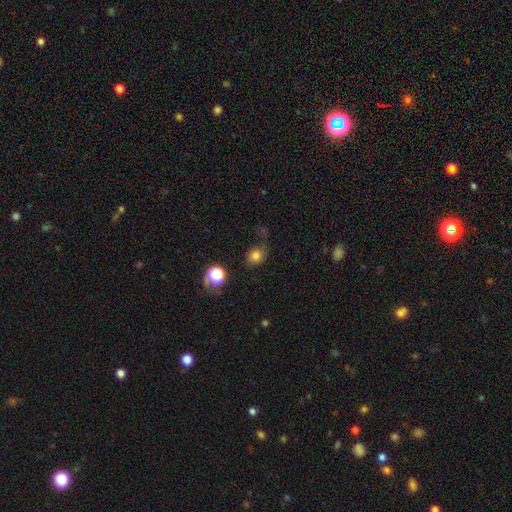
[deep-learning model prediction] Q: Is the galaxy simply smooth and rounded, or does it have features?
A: smooth — 77%.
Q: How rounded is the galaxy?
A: round — 64%.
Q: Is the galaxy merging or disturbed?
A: none — 67%.